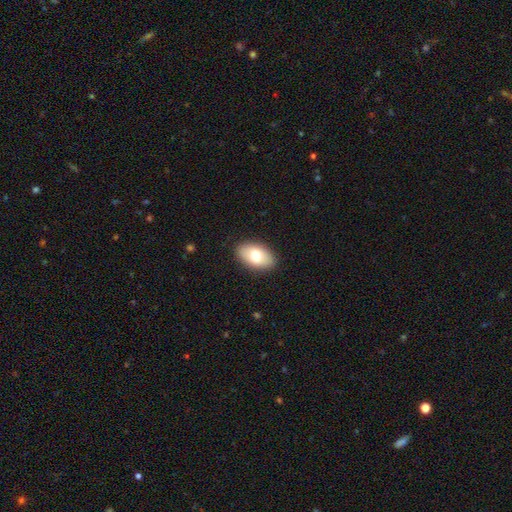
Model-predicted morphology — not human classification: Smooth or featured?
  - smooth: 74% *
  - featured or disk: 20%
  - star or artifact: 6%
How rounded?
  - in between: 93% *
  - round: 6%
  - cigar-shaped: 2%
Merging?
  - none: 88% *
  - minor disturbance: 9%
  - major disturbance: 2%
  - merger: 1%